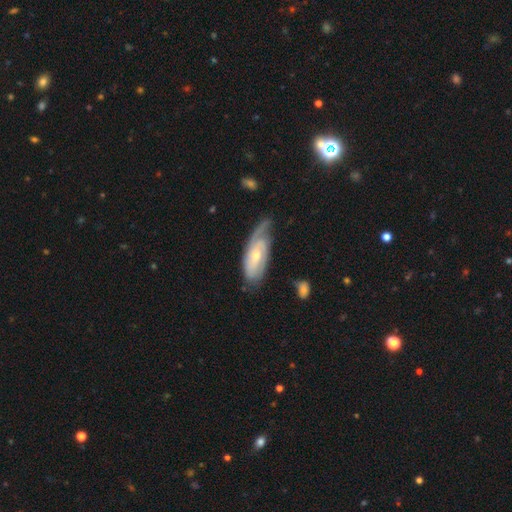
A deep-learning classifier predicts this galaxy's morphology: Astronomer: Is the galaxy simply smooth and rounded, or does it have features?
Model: featured or disk — 72%.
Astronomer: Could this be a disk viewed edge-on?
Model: no — 89%.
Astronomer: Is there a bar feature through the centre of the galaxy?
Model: no — 63%.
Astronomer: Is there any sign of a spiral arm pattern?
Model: yes — 90%.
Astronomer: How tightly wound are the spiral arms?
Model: tight — 53% (runner-up: medium, 33%).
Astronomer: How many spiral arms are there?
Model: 2 — 38% (runner-up: can't tell, 28%).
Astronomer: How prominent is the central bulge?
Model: moderate — 48% (runner-up: small, 47%).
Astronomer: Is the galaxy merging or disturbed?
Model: none — 54% (runner-up: minor disturbance, 30%).